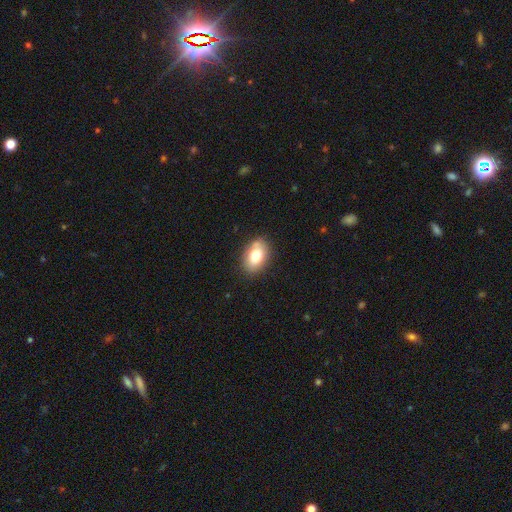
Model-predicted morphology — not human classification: This is likely a smooth galaxy (76%). How rounded: clearly in between (82%). Merging: clearly none (80%).